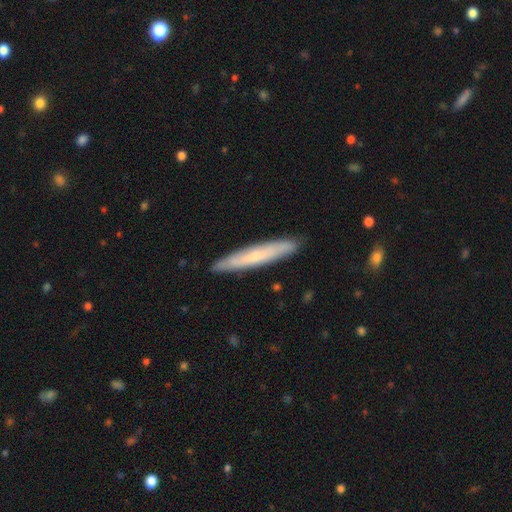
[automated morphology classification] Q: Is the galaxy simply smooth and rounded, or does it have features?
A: smooth — 56%.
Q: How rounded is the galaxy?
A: cigar-shaped — 94%.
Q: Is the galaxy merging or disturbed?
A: none — 89%.